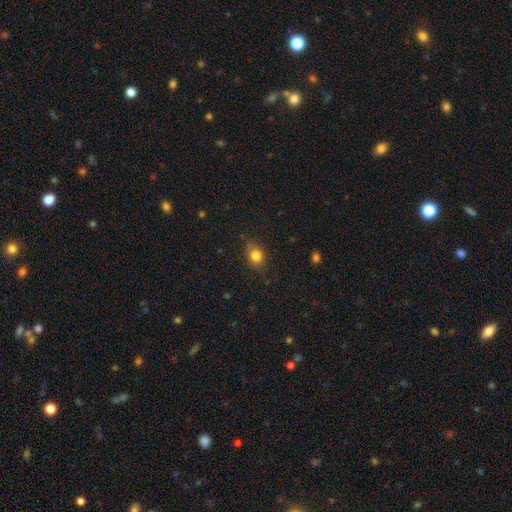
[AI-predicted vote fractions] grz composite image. It shows a smooth galaxy with no disk features (81%) that is round (56%). Merging: none (79%).